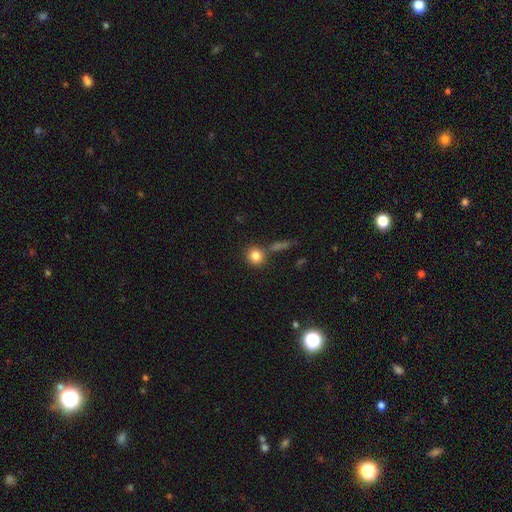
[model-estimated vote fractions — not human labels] smooth_or_featured: smooth (p=0.84) [alt: star or artifact p=0.10]
how_rounded: round (p=0.90) [alt: in between p=0.09]
merging: none (p=0.72) [alt: merger p=0.14]